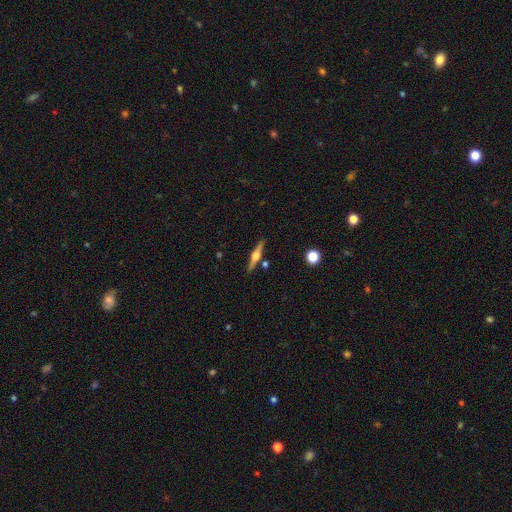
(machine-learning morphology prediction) Smooth or featured: featured or disk — 71% (smooth — 23%)
Edge-on disk: yes — 97% (no — 3%)
Edge-on bulge: rounded — 92% (boxy — 5%)
Merging: none — 86% (minor disturbance — 8%)